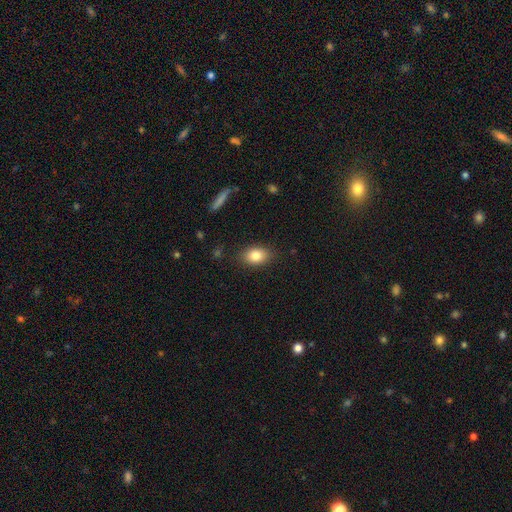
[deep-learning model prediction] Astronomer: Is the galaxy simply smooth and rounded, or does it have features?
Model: smooth — 83%.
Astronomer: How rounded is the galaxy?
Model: in between — 84%.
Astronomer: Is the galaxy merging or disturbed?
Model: none — 85%.